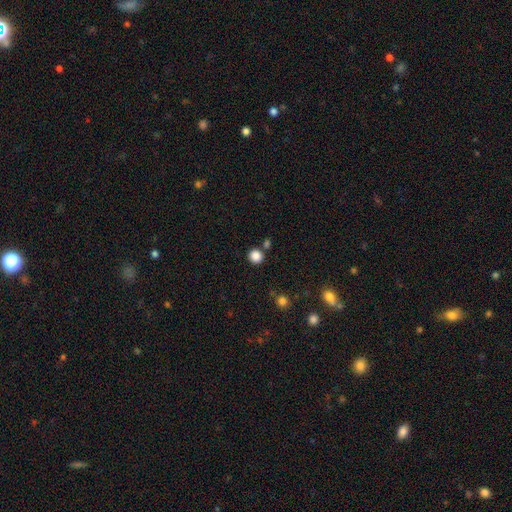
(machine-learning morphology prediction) smooth_or_featured: smooth (p=0.85) [alt: star or artifact p=0.11]
how_rounded: round (p=0.92) [alt: in between p=0.07]
merging: none (p=0.82) [alt: merger p=0.08]